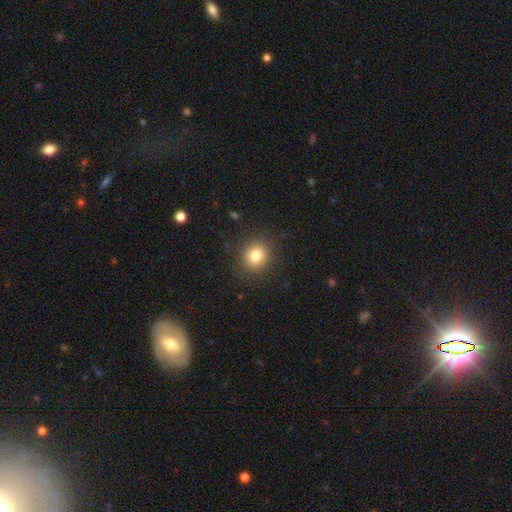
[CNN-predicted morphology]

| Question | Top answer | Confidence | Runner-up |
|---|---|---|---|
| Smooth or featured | smooth | 81% | star or artifact (12%) |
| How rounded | round | 80% | in between (19%) |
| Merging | none | 89% | minor disturbance (7%) |